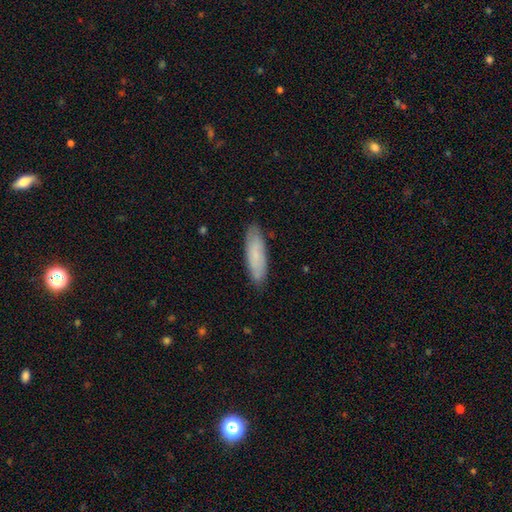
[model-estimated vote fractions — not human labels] smooth 73%, featured or disk 21%, star or artifact 6%. Down the decision tree: how rounded — cigar-shaped (57%); merging — none (84%).